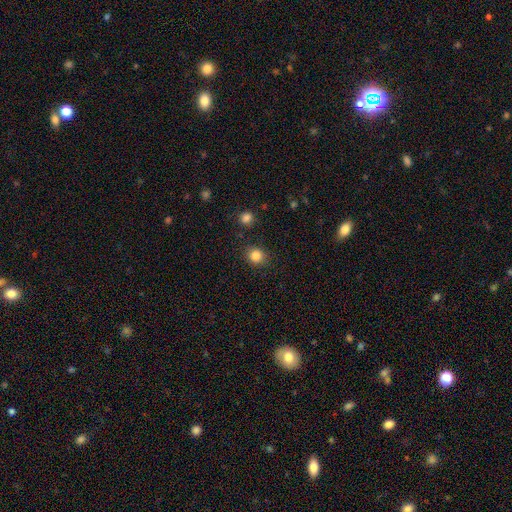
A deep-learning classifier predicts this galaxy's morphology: Overall: smooth (84%). How rounded: round (81%). Merging: none (88%).